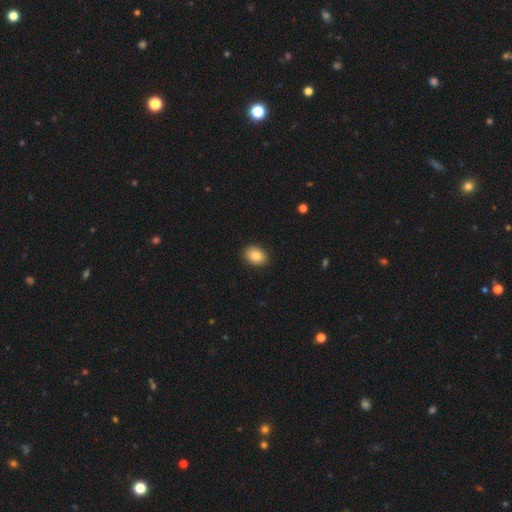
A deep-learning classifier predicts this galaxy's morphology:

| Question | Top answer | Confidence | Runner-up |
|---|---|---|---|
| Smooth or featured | smooth | 85% | star or artifact (8%) |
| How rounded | in between | 69% | round (30%) |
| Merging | none | 90% | minor disturbance (7%) |